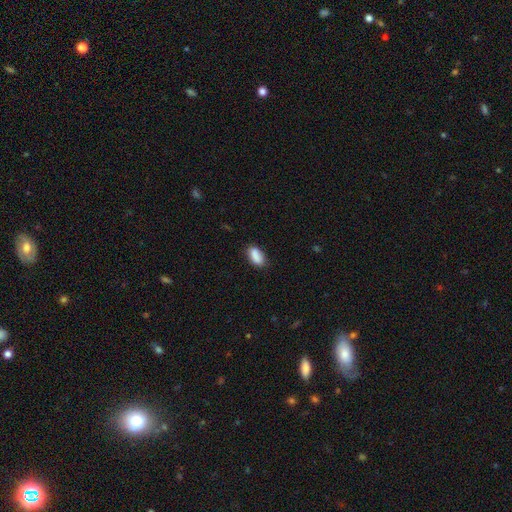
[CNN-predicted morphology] smooth_or_featured: smooth (p=0.87) [alt: star or artifact p=0.08]
how_rounded: in between (p=0.88) [alt: cigar-shaped p=0.08]
merging: none (p=0.77) [alt: minor disturbance p=0.17]